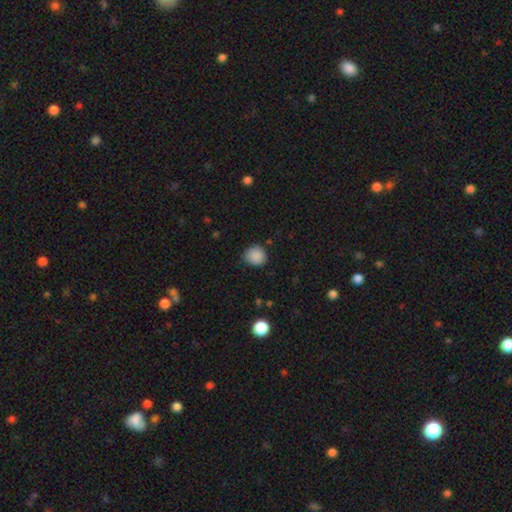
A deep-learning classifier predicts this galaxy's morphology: Smooth or featured: smooth — 87% (star or artifact — 9%)
How rounded: round — 85% (in between — 14%)
Merging: none — 79% (minor disturbance — 16%)